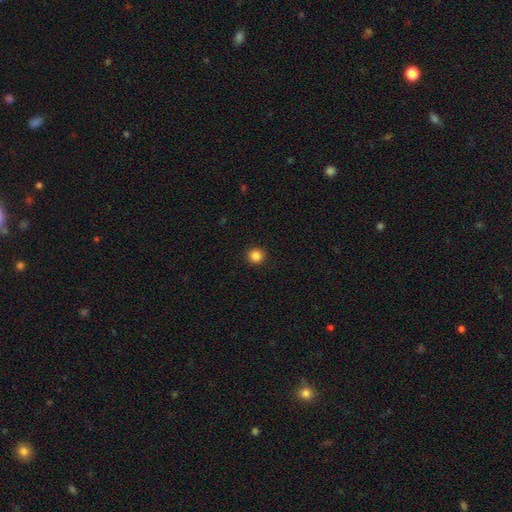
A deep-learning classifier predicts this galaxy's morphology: Smooth or featured?
  - smooth: 86% *
  - star or artifact: 11%
  - featured or disk: 3%
How rounded?
  - round: 94% *
  - in between: 5%
  - cigar-shaped: 1%
Merging?
  - none: 93% *
  - minor disturbance: 5%
  - major disturbance: 2%
  - merger: 1%